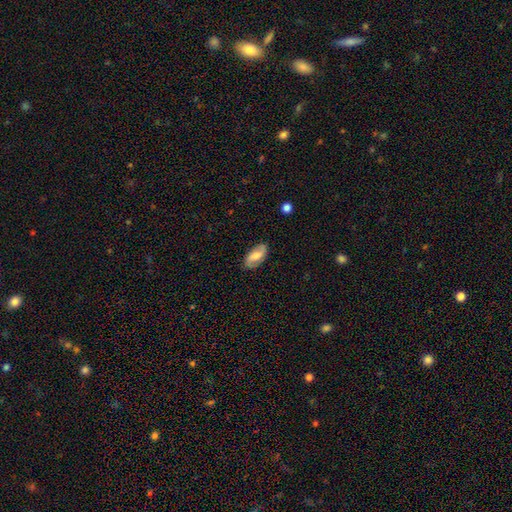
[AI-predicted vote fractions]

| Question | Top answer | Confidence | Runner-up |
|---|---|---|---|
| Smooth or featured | featured or disk | 57% | smooth (36%) |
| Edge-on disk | no | 94% | yes (6%) |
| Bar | weak | 47% | no (33%) |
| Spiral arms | yes | 90% | no (10%) |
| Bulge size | moderate | 38% | large (22%) |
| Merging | none | 82% | minor disturbance (14%) |